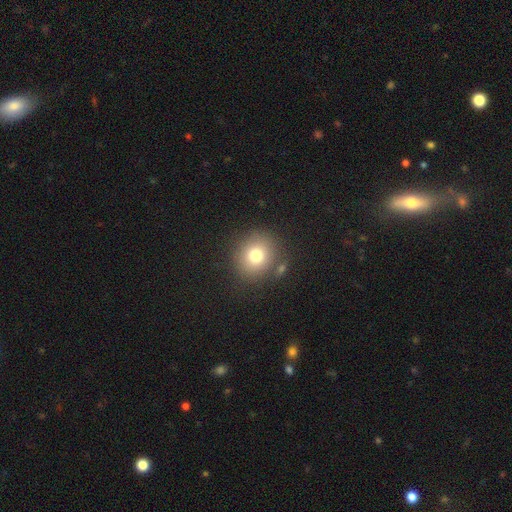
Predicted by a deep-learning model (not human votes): Smooth or featured? smooth (77%)
How rounded? round (82%)
Merging? none (81%)